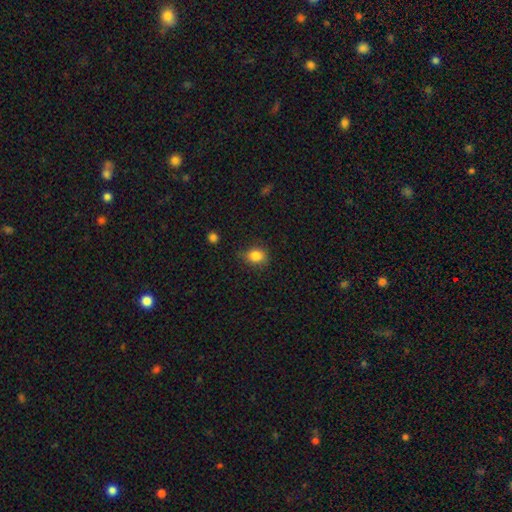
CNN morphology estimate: A smooth galaxy with no disk features (84%) that is round (52%). Merging: none (75%).